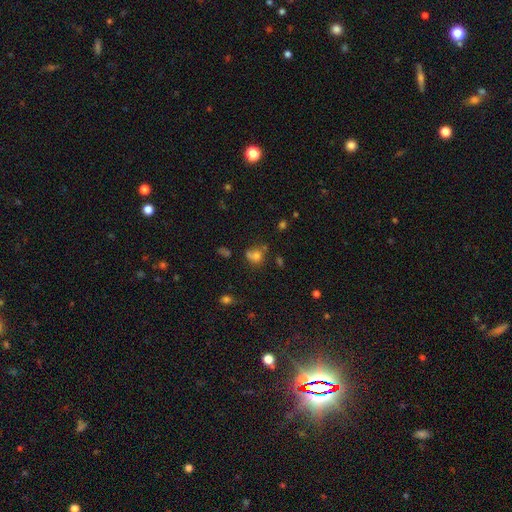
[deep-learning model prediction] Overall: smooth (70%). How rounded: round (70%). Merging: none (44%; merger 23%).